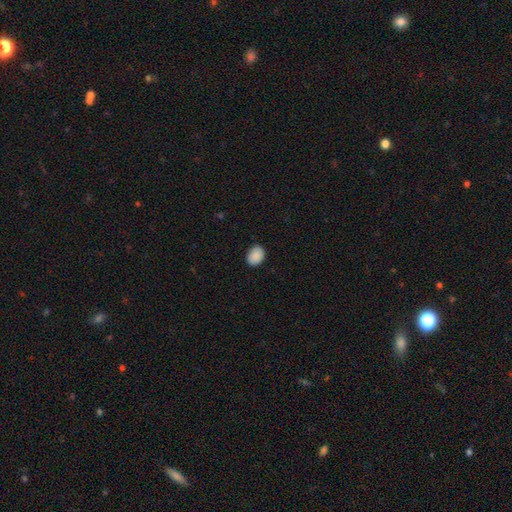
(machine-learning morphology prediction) type=smooth (88%); roundness=in between (66%); merging=none (82%).